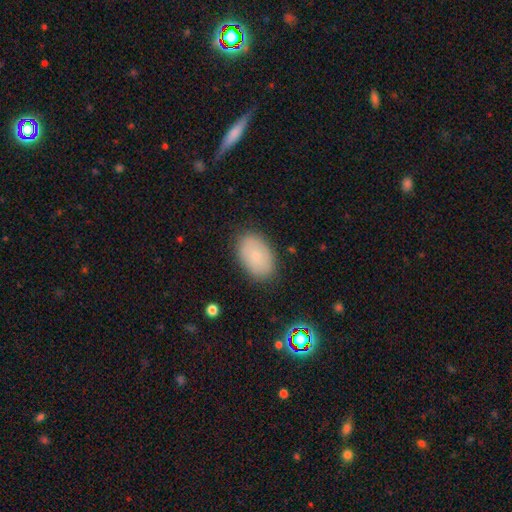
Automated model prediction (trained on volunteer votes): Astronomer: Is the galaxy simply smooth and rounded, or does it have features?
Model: smooth — 78%.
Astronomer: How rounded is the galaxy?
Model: in between — 88%.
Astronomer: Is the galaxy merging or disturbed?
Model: none — 85%.